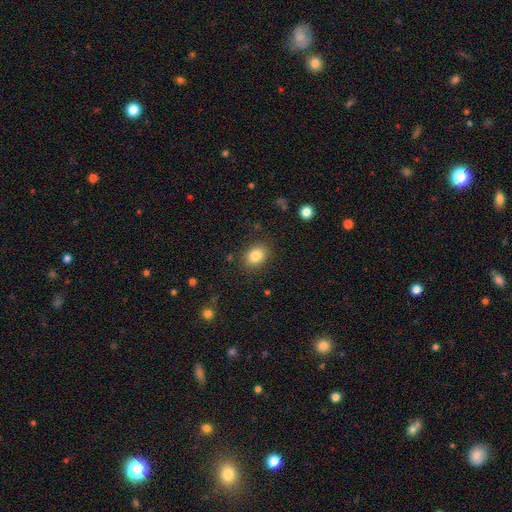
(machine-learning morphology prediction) This appears to be a smooth galaxy with no disk features (84%) that is in between round and cigar-shaped (61%). Merging: none (85%).